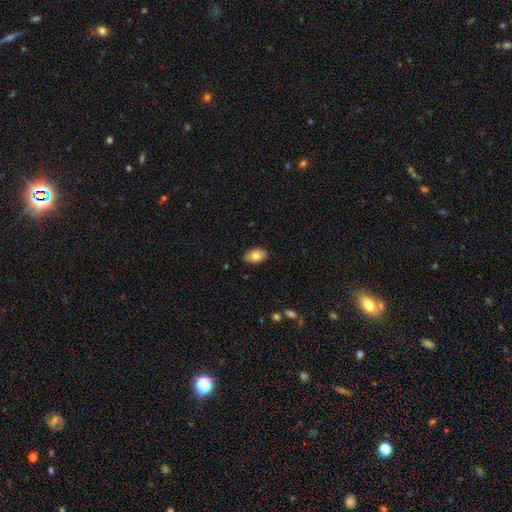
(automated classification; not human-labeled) smooth 81%, featured or disk 12%, star or artifact 7%. Down the decision tree: how rounded — in between (92%); merging — none (86%).